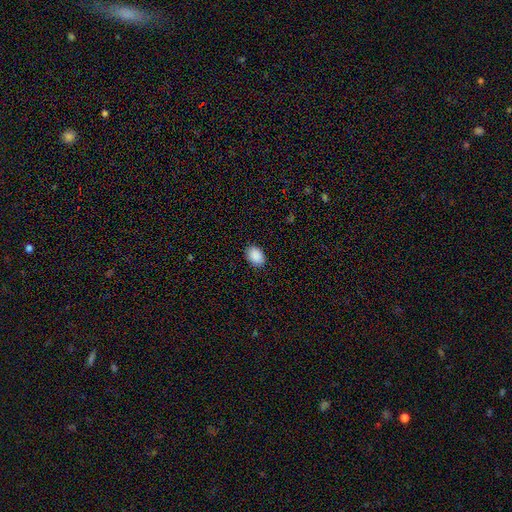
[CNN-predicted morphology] Smooth or featured? smooth (90%)
How rounded? in between (81%)
Merging? none (89%)